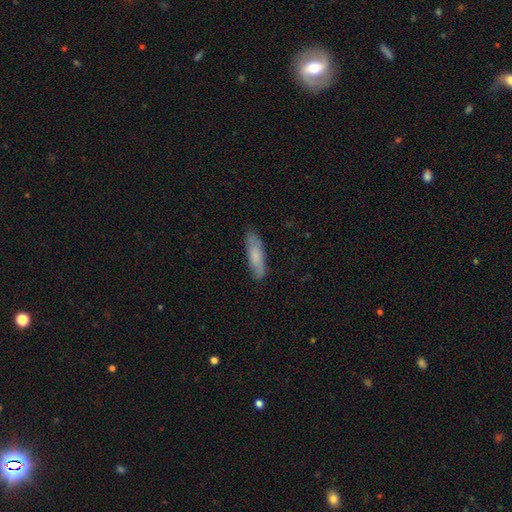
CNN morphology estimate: Smooth or featured: smooth — 74% (featured or disk — 20%)
How rounded: cigar-shaped — 68% (in between — 30%)
Merging: none — 83% (minor disturbance — 14%)